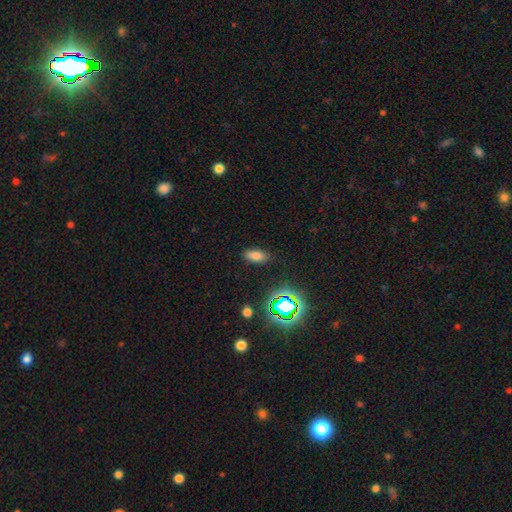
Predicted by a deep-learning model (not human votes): Smooth or featured? smooth (74%)
How rounded? in between (84%)
Merging? none (86%)